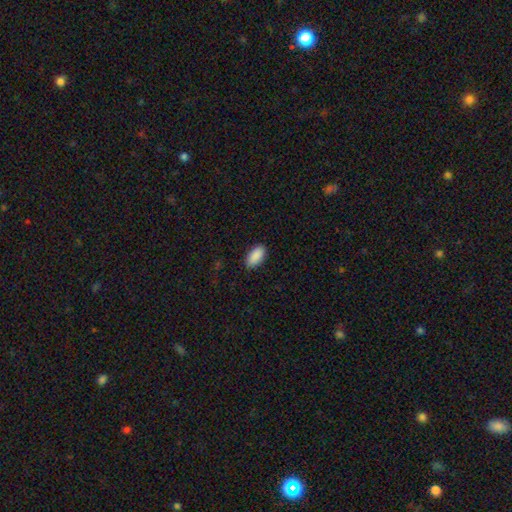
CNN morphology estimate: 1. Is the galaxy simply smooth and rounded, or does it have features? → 91% smooth, 6% star or artifact, 3% featured or disk.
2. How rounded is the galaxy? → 94% in between, 4% cigar-shaped, 3% round.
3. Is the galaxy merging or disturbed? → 88% none, 9% minor disturbance, 2% major disturbance, 1% merger.